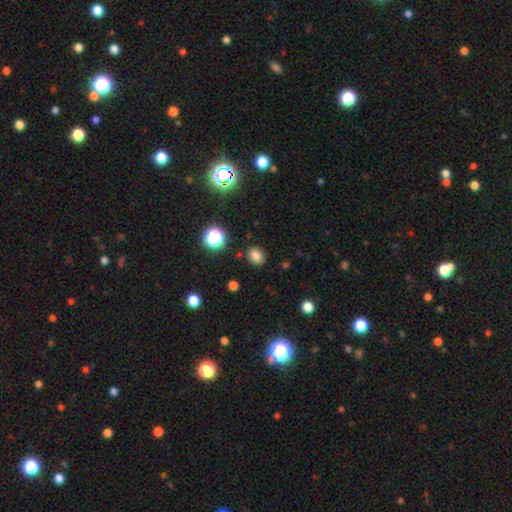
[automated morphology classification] Smooth or featured? Predicted: smooth (p=0.80). How rounded? Predicted: round (p=0.51). Merging? Predicted: none (p=0.86).